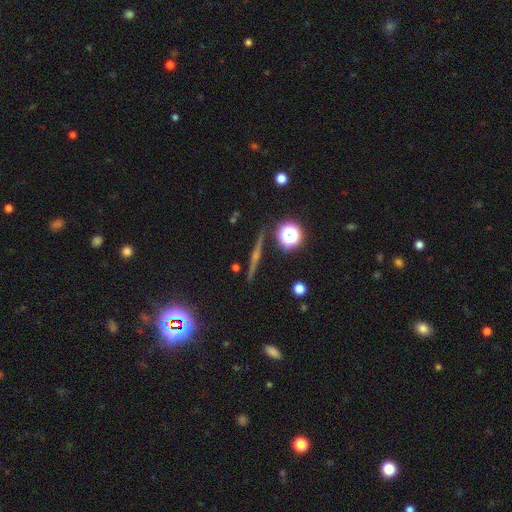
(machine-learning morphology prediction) A featured or disk galaxy (67%) viewed edge-on (97%) with a rounded central bulge (75%).

Vote fractions:
- Smooth or featured? featured or disk: 67% / star or artifact: 19% / smooth: 15%
- Edge-on disk? yes: 97% / no: 3%
- Edge-on bulge? rounded: 75% / none: 17% / boxy: 8%
- Merging? none: 91% / minor disturbance: 6% / merger: 2% / major disturbance: 2%